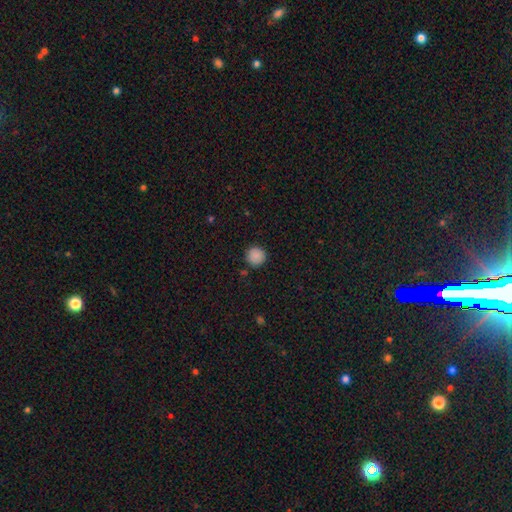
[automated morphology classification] A smooth galaxy with no disk features (88%) that is round (94%).

Vote fractions:
- Smooth or featured? smooth: 88% / star or artifact: 9% / featured or disk: 3%
- How rounded? round: 94% / in between: 5% / cigar-shaped: 1%
- Merging? none: 90% / minor disturbance: 7% / major disturbance: 2% / merger: 1%